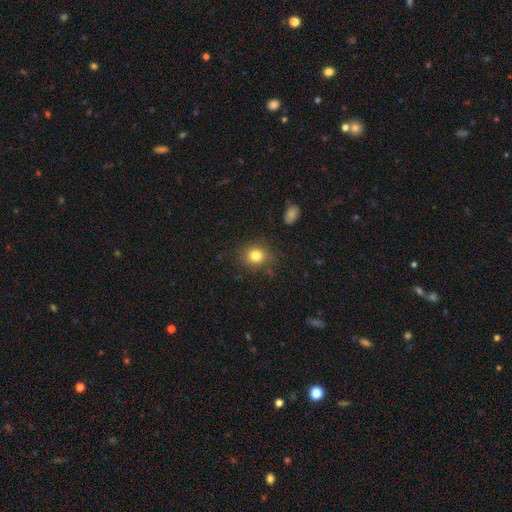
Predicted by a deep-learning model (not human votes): smooth_or_featured: smooth (p=0.81) [alt: star or artifact p=0.12]
how_rounded: round (p=0.74) [alt: in between p=0.25]
merging: none (p=0.83) [alt: minor disturbance p=0.12]